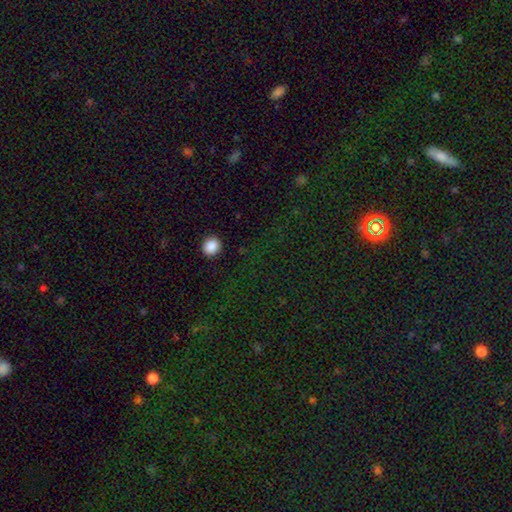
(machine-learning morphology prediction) Q: Smooth or featured?
A: star or artifact (65%); runner-up: smooth (25%)